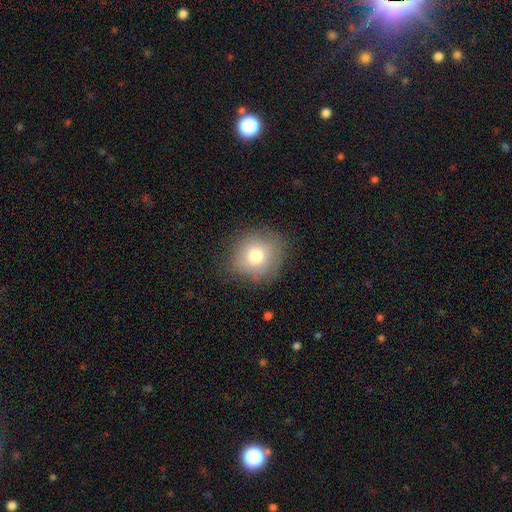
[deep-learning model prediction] smooth 75%, featured or disk 13%, star or artifact 11%. Down the decision tree: how rounded — round (86%); merging — none (80%).